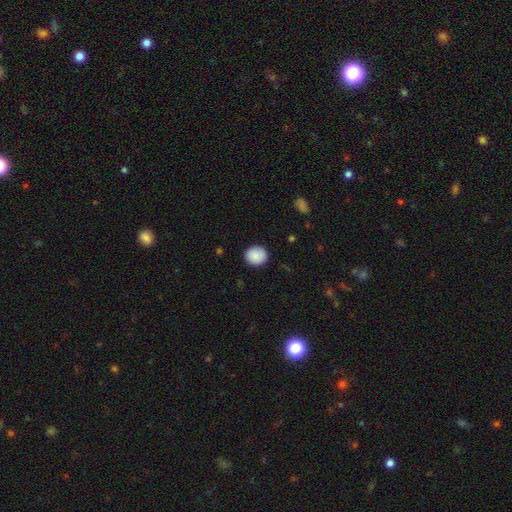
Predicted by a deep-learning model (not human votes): smooth 87%, star or artifact 7%, featured or disk 5%. Down the decision tree: how rounded — round (78%); merging — none (88%).